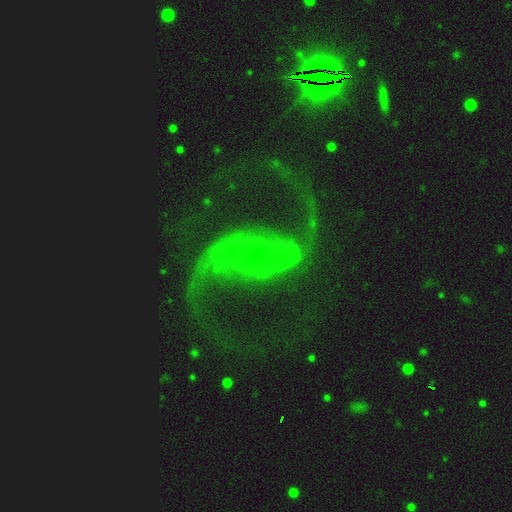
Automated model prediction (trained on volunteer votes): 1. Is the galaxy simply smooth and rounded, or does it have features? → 82% featured or disk, 10% star or artifact, 8% smooth.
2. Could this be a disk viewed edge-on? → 96% no, 4% yes.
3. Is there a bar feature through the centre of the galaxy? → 46% no, 35% weak, 19% strong.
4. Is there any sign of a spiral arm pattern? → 89% yes, 11% no.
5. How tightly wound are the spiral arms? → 60% loose, 30% medium, 10% tight.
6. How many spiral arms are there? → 91% 2, 3% can't tell, 2% 1, 2% 3, 1% 4, 1% more than 4.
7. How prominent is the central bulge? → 49% moderate, 42% small, 4% large, 3% none, 2% dominant.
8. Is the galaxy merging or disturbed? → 54% none, 21% major disturbance, 17% minor disturbance, 9% merger.